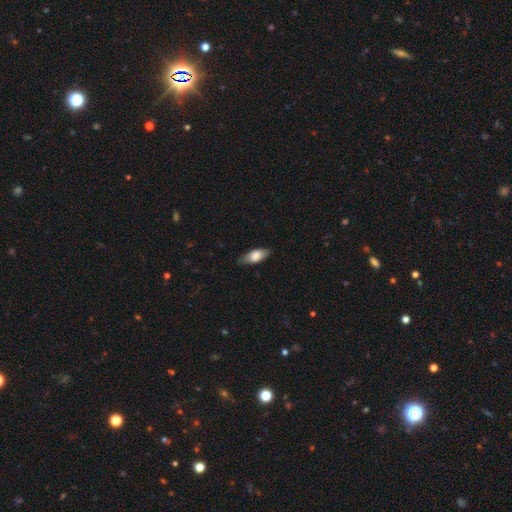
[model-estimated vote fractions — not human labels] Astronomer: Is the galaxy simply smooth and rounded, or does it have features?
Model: smooth — 74%.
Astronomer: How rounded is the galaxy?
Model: in between — 78%.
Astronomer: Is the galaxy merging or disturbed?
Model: none — 77%.